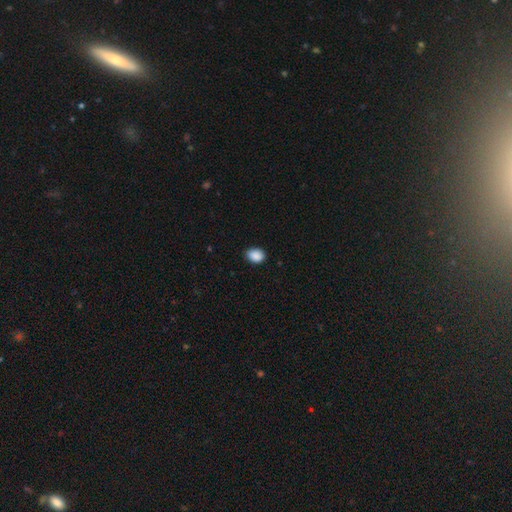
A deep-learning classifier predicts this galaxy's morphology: The model was most divided on "how rounded": in between: 67%, round: 32%, cigar-shaped: 1%. More confident: smooth or featured — smooth (89%); merging — none (84%).